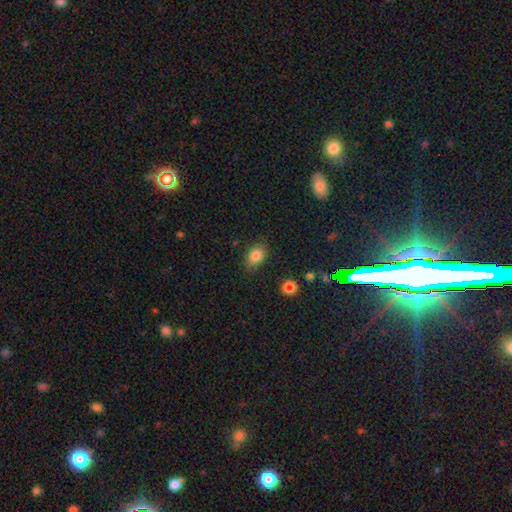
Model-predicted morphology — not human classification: smooth 84%, star or artifact 10%, featured or disk 6%. Down the decision tree: how rounded — in between (79%); merging — none (83%).